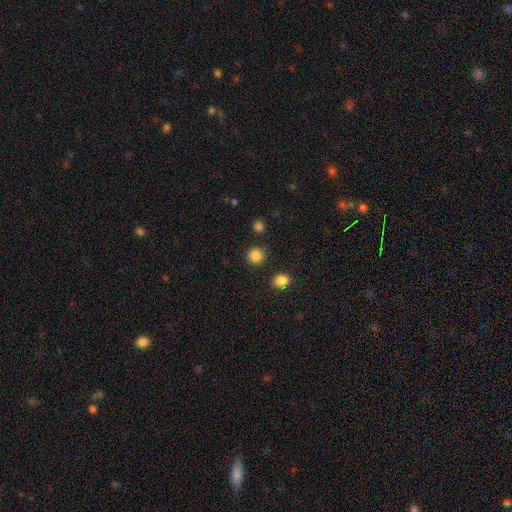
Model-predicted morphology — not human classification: This is clearly a smooth galaxy (86%). How rounded: clearly round (92%). Merging: clearly none (89%).